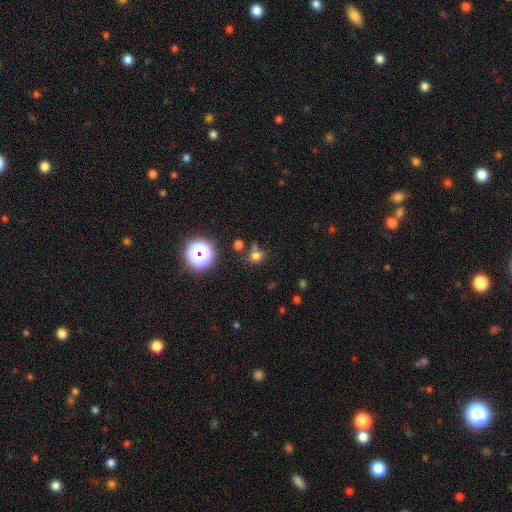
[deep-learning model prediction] Overall: smooth (69%). How rounded: round (81%). Merging: none (61%).